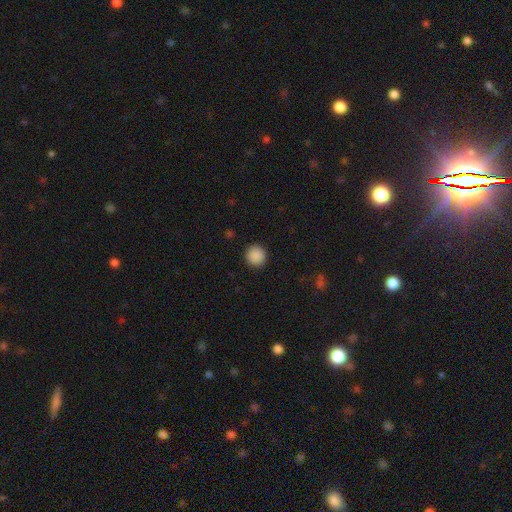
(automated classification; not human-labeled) smooth_or_featured: smooth (p=0.89) [alt: star or artifact p=0.09]
how_rounded: round (p=0.94) [alt: in between p=0.06]
merging: none (p=0.92) [alt: minor disturbance p=0.05]